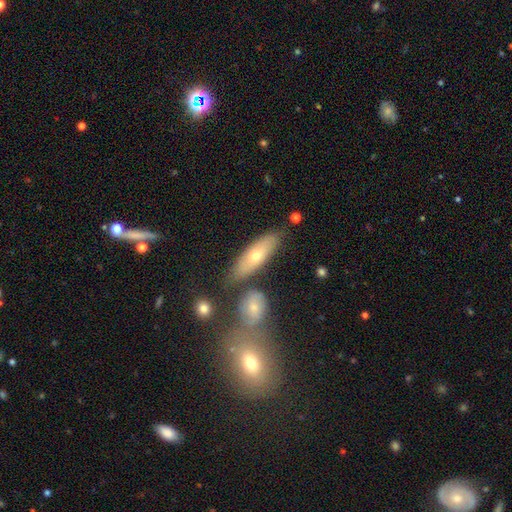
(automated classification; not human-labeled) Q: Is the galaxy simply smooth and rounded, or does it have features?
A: smooth — 58%.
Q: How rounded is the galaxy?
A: in between — 57%.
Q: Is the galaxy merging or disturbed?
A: none — 71%.